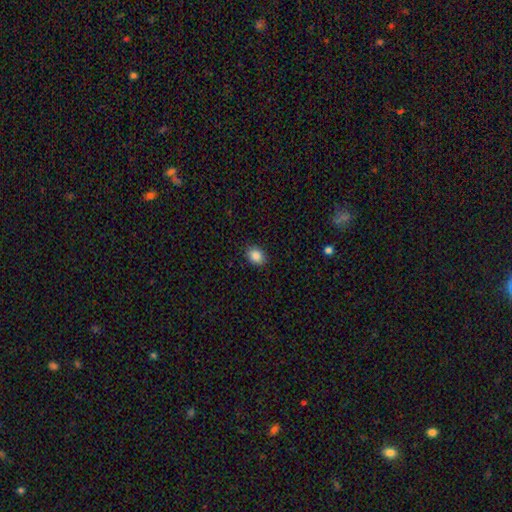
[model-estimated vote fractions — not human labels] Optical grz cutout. It shows a smooth galaxy with no disk features (87%) that is in between round and cigar-shaped (58%). Merging: none (87%).